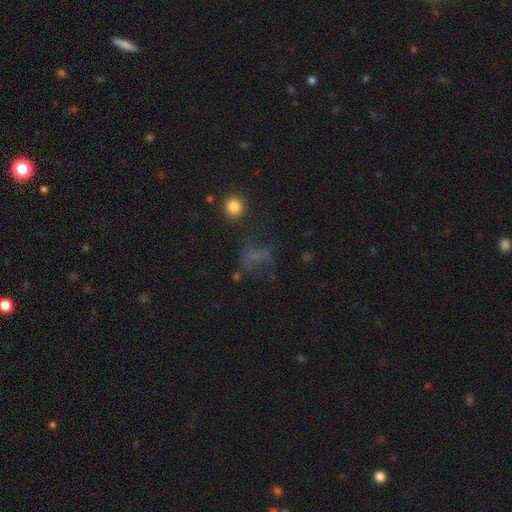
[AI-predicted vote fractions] Morphology: type=smooth (40%); merging=none (43%).